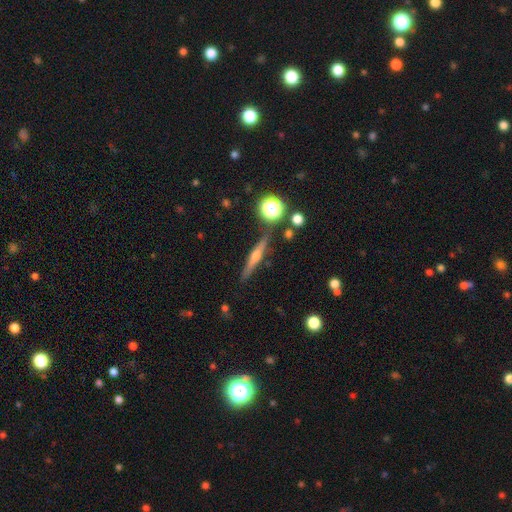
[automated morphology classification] smooth-or-featured: featured or disk: 65% | smooth: 24% | star or artifact: 11%
  disk-edge-on: yes: 96% | no: 4%
    edge-on-bulge: rounded: 87% | none: 9% | boxy: 4%
  merging: none: 87% | minor disturbance: 8% | merger: 3% | major disturbance: 2%